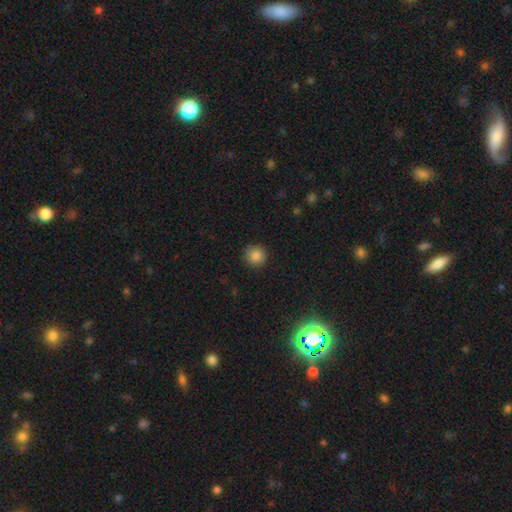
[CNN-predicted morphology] Q: Smooth or featured?
A: smooth (85%); runner-up: star or artifact (11%)
Q: How rounded?
A: round (94%); runner-up: in between (5%)
Q: Merging?
A: none (90%); runner-up: minor disturbance (7%)